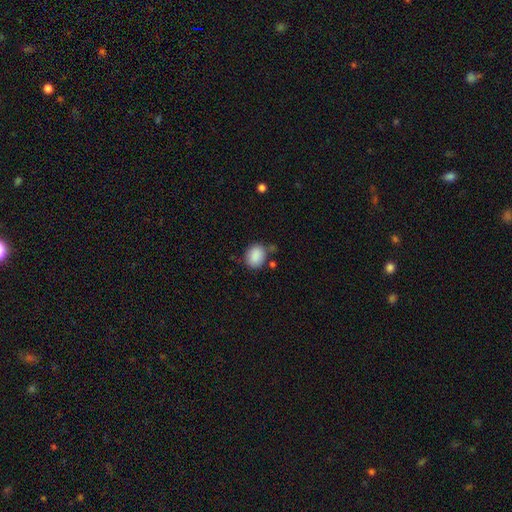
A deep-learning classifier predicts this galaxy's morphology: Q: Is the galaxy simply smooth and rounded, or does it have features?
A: smooth — 88%.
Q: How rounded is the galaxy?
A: round — 52%.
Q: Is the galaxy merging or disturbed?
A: none — 71%.